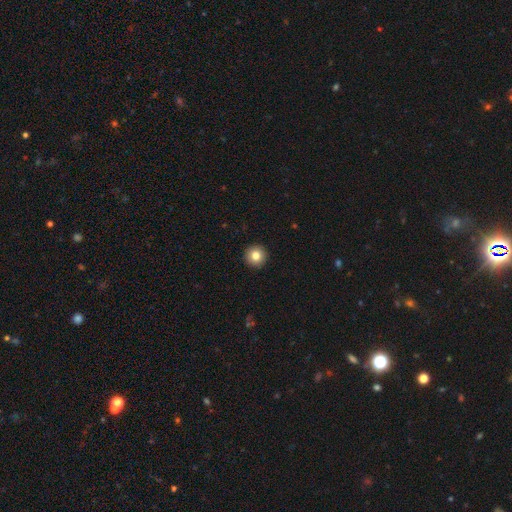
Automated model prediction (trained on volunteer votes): This appears to be a smooth galaxy with no disk features (82%) that is round (96%). Merging: none (94%).